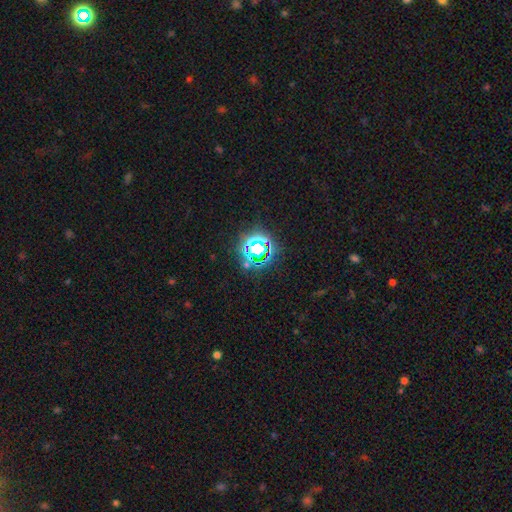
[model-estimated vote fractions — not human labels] smooth-or-featured: star or artifact: 75% | smooth: 16% | featured or disk: 9%